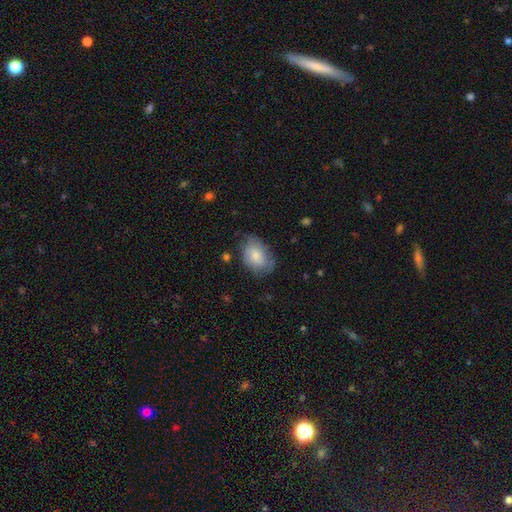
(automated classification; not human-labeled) A smooth galaxy with no disk features (74%) that is in between round and cigar-shaped (81%).

Vote fractions:
- Smooth or featured? smooth: 74% / featured or disk: 19% / star or artifact: 7%
- How rounded? in between: 81% / round: 18% / cigar-shaped: 1%
- Merging? none: 61% / minor disturbance: 29% / major disturbance: 9% / merger: 2%